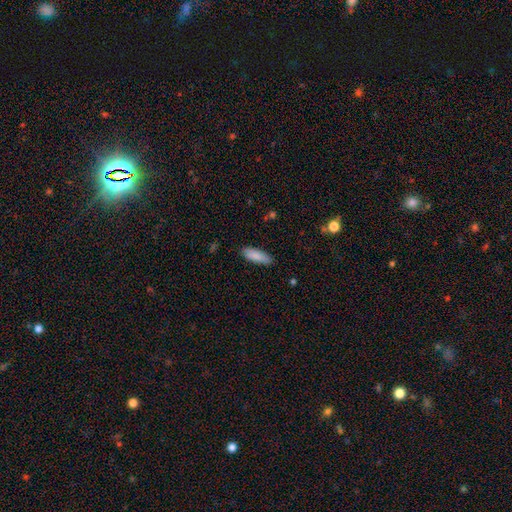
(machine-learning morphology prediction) Smooth or featured?
  - smooth: 86% *
  - featured or disk: 8%
  - star or artifact: 6%
How rounded?
  - in between: 56% *
  - cigar-shaped: 42%
  - round: 2%
Merging?
  - none: 84% *
  - minor disturbance: 13%
  - major disturbance: 2%
  - merger: 1%